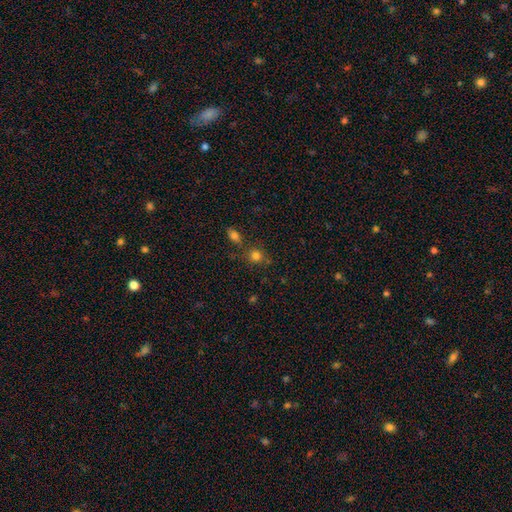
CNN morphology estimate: Q: Smooth or featured?
A: smooth (78%); runner-up: star or artifact (15%)
Q: How rounded?
A: round (83%); runner-up: in between (16%)
Q: Merging?
A: none (70%); runner-up: merger (14%)